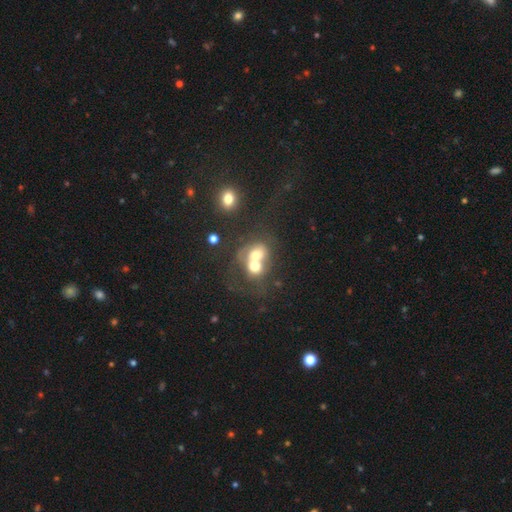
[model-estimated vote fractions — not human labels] Smooth or featured? Predicted: smooth (p=0.55). How rounded? Predicted: round (p=0.54). Merging? Predicted: merger (p=0.75).